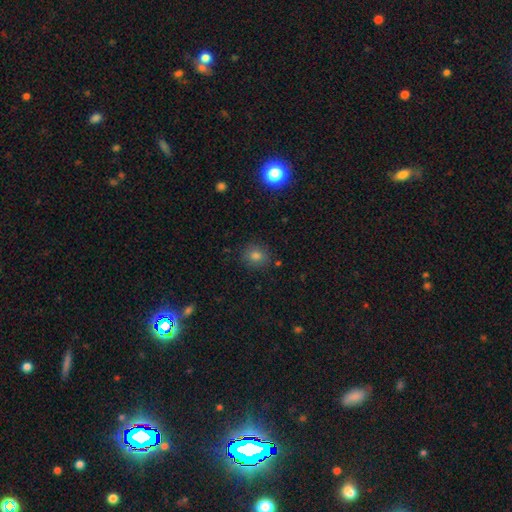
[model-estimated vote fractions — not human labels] Smooth or featured? smooth (77%)
How rounded? round (76%)
Merging? none (86%)